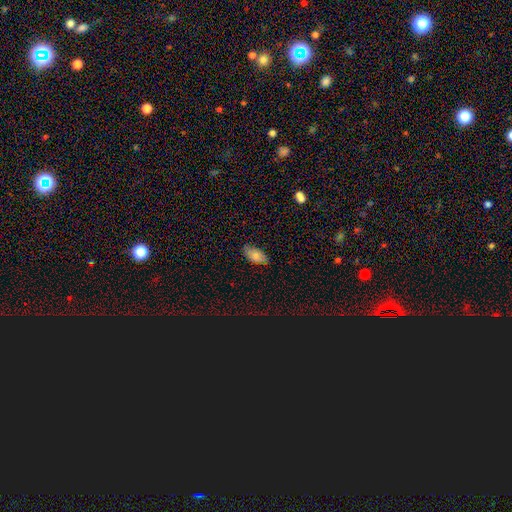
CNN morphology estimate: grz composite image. It shows a smooth galaxy with no disk features (81%) that is in between round and cigar-shaped (93%). Merging: none (78%).